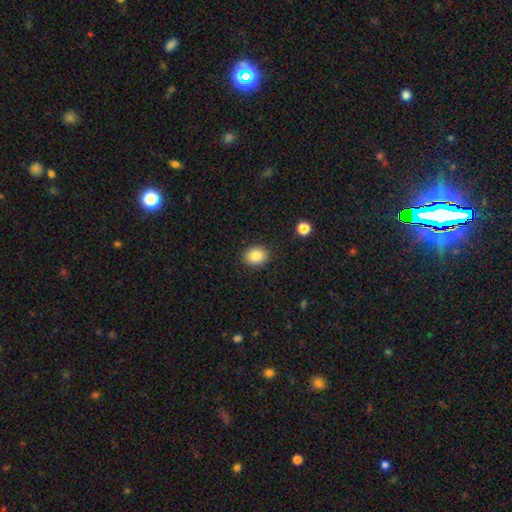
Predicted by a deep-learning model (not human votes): Q: Smooth or featured?
A: smooth (86%); runner-up: star or artifact (9%)
Q: How rounded?
A: in between (58%); runner-up: round (41%)
Q: Merging?
A: none (89%); runner-up: minor disturbance (8%)